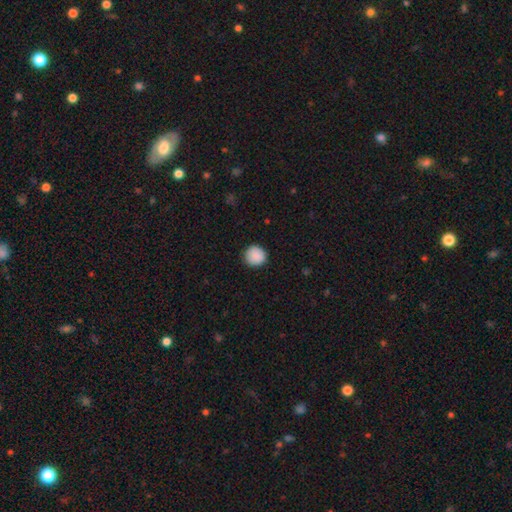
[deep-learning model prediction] Smooth or featured: smooth — 90% (star or artifact — 8%)
How rounded: round — 93% (in between — 6%)
Merging: none — 89% (minor disturbance — 8%)